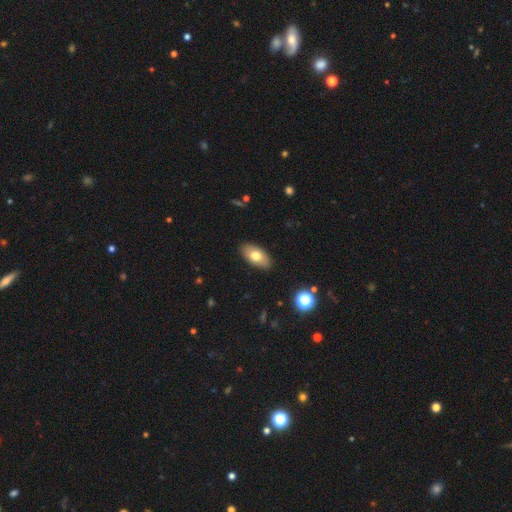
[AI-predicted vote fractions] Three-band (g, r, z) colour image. It shows a smooth galaxy with no disk features (73%) that is in between round and cigar-shaped (93%). Merging: none (88%).